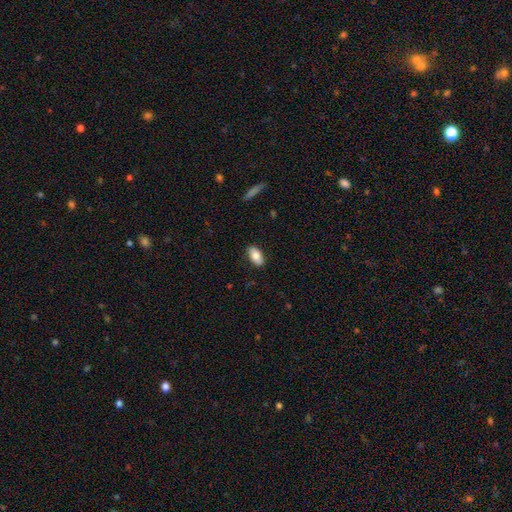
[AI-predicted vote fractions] This appears to be a smooth galaxy with no disk features (80%) that is in between round and cigar-shaped (92%). Merging: none (87%).